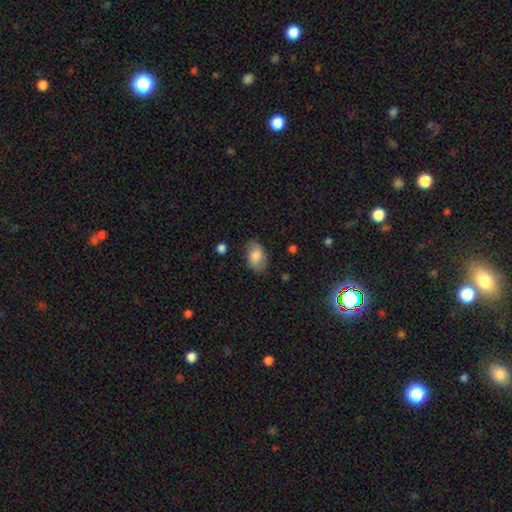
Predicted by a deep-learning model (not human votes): Smooth or featured: smooth — 72% (featured or disk — 20%)
How rounded: in between — 84% (round — 14%)
Merging: none — 69% (minor disturbance — 23%)